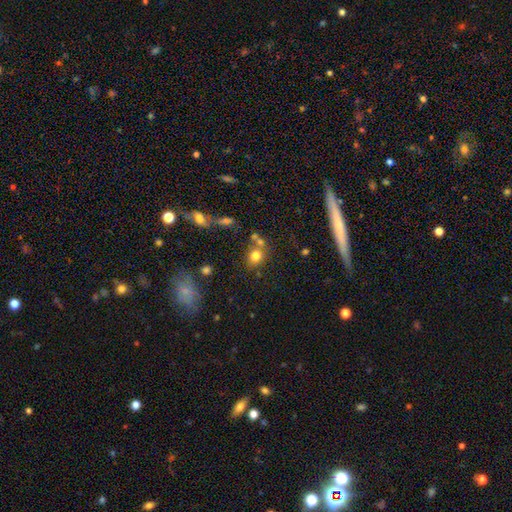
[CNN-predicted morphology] Smooth or featured? smooth (76%)
How rounded? round (70%)
Merging? none (59%)